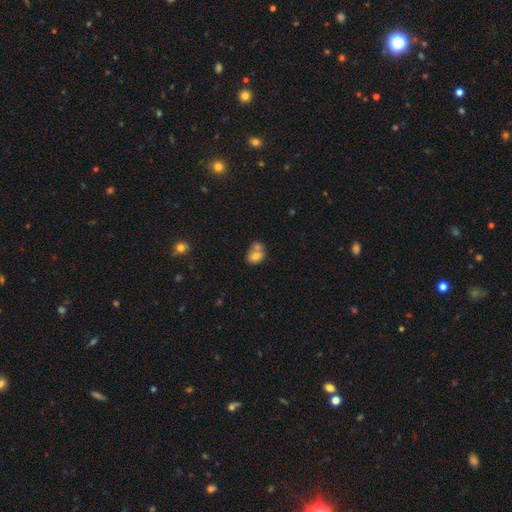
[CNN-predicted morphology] Smooth or featured?
  - smooth: 74% *
  - featured or disk: 17%
  - star or artifact: 9%
How rounded?
  - in between: 58% *
  - round: 41%
  - cigar-shaped: 1%
Merging?
  - merger: 55% *
  - none: 30%
  - minor disturbance: 11%
  - major disturbance: 4%